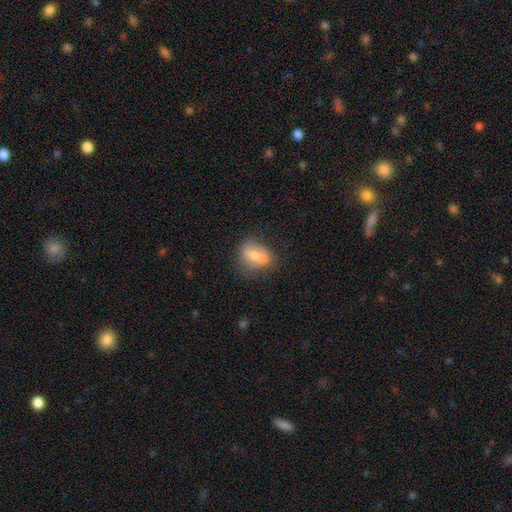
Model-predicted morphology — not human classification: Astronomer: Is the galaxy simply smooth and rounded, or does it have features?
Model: smooth — 61%.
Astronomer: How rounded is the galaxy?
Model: in between — 66%.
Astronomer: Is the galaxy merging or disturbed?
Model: none — 44% (runner-up: minor disturbance, 26%).